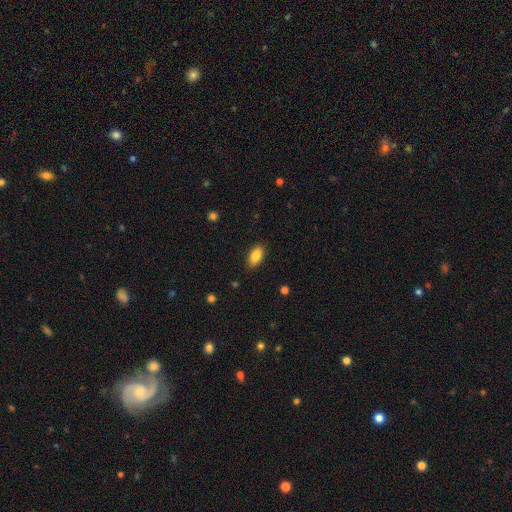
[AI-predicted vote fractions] Smooth or featured? smooth (87%)
How rounded? in between (92%)
Merging? none (87%)